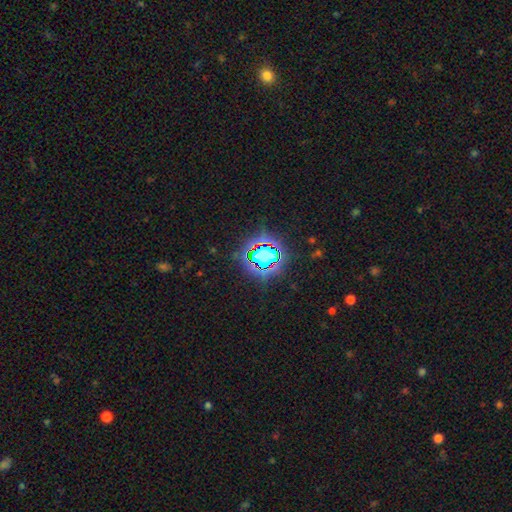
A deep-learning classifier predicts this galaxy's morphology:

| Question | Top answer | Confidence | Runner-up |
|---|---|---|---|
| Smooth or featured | star or artifact | 78% | smooth (14%) |